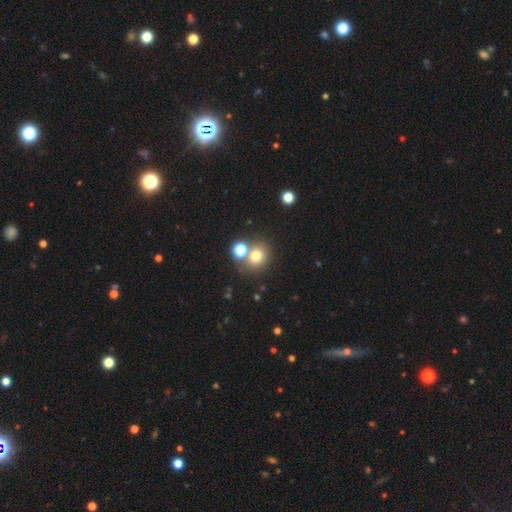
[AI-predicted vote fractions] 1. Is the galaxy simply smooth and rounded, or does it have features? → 74% smooth, 16% star or artifact, 10% featured or disk.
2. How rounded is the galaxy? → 76% round, 23% in between, 1% cigar-shaped.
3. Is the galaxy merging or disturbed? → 63% none, 25% merger, 9% minor disturbance, 4% major disturbance.